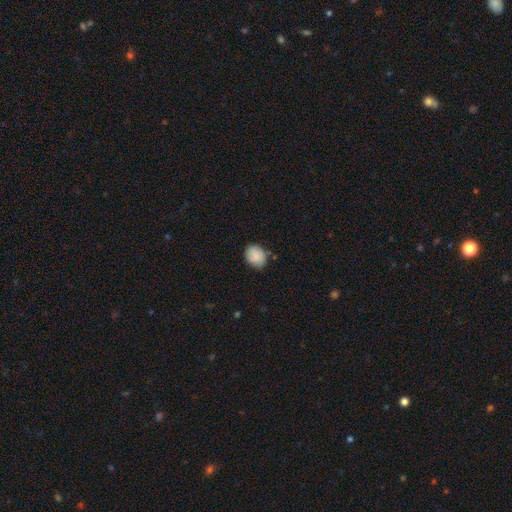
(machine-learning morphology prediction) A smooth galaxy with no disk features (84%) that is round (52%).

Vote fractions:
- Smooth or featured? smooth: 84% / featured or disk: 8% / star or artifact: 8%
- How rounded? round: 52% / in between: 47% / cigar-shaped: 1%
- Merging? none: 75% / minor disturbance: 19% / major disturbance: 4% / merger: 2%